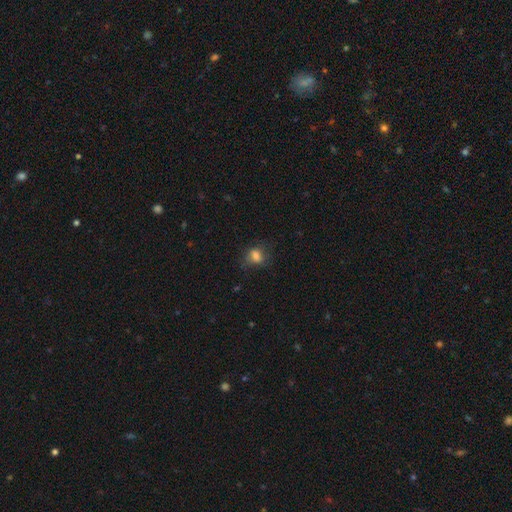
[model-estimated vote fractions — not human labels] Morphology: type=smooth (78%); roundness=in between (63%); merging=none (57%).